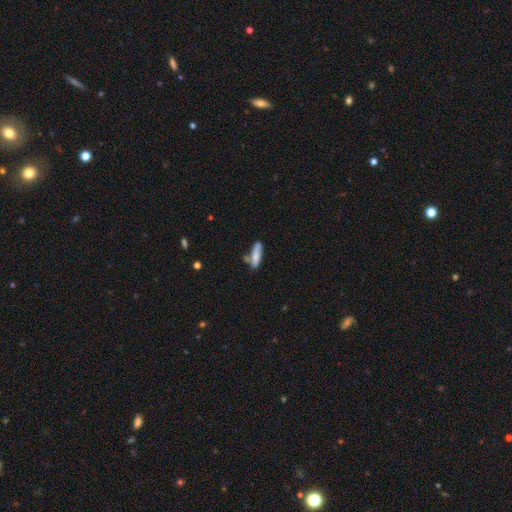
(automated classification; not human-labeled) Q: Smooth or featured?
A: smooth (76%); runner-up: featured or disk (18%)
Q: How rounded?
A: cigar-shaped (56%); runner-up: in between (42%)
Q: Merging?
A: none (59%); runner-up: minor disturbance (24%)